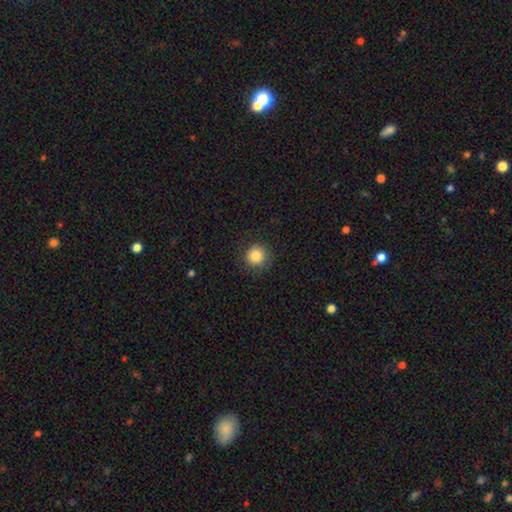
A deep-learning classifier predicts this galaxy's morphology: The model was most divided on "smooth or featured": smooth: 85%, star or artifact: 10%, featured or disk: 5%. More confident: how rounded — round (93%); merging — none (88%).